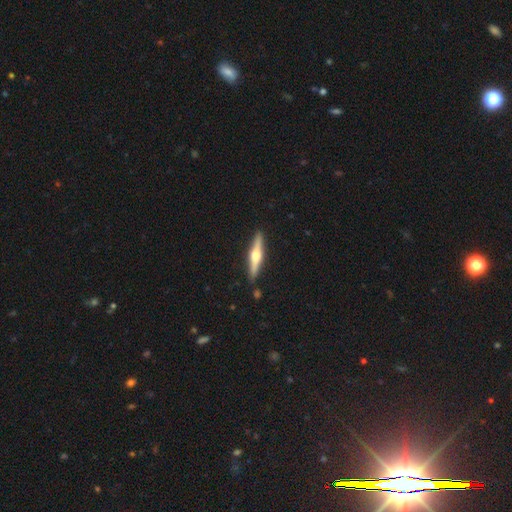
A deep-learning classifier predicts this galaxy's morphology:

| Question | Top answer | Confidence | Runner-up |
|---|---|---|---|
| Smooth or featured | featured or disk | 69% | smooth (26%) |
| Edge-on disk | yes | 98% | no (2%) |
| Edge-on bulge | rounded | 93% | boxy (5%) |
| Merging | none | 89% | minor disturbance (7%) |